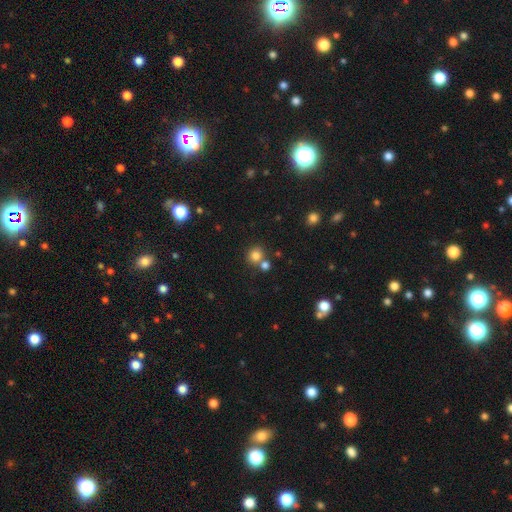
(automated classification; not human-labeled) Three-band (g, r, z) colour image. It shows a smooth galaxy with no disk features (79%) that is round (88%). Merging: none (64%).